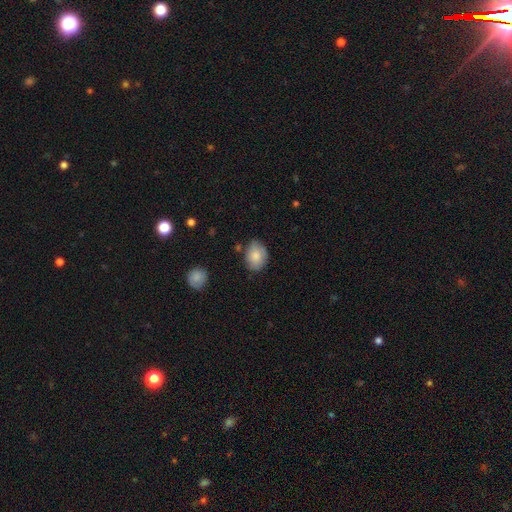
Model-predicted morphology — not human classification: Smooth or featured? Predicted: smooth (p=0.83). How rounded? Predicted: in between (p=0.67). Merging? Predicted: none (p=0.72).